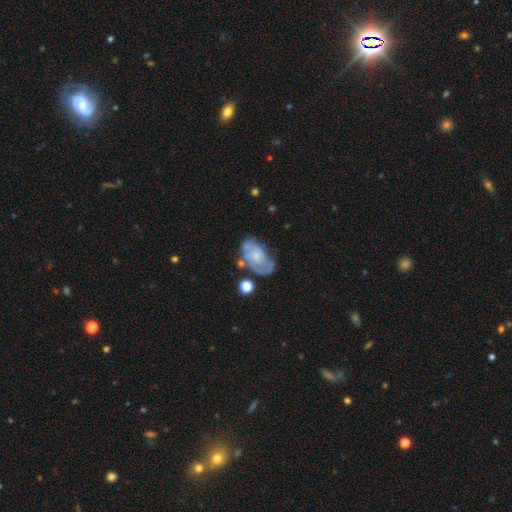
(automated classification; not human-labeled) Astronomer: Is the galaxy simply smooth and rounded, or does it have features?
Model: featured or disk — 54% (runner-up: smooth, 38%).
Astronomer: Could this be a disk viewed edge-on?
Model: no — 95%.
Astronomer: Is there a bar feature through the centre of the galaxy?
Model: no — 80%.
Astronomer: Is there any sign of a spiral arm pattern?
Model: yes — 58% (runner-up: no, 42%).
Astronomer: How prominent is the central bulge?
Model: small — 56%.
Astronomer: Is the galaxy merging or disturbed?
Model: none — 43% (runner-up: minor disturbance, 29%).